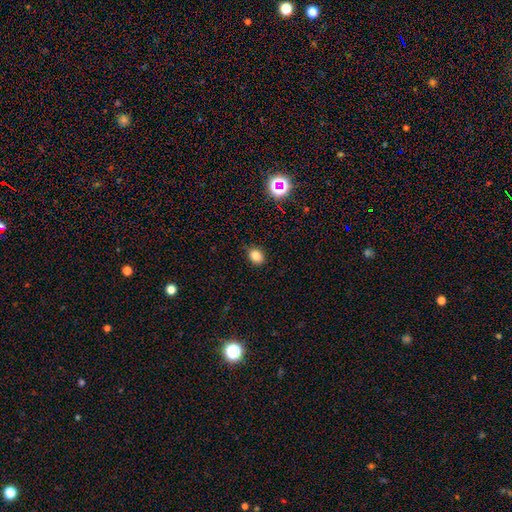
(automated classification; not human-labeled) smooth-or-featured: smooth: 82% | star or artifact: 13% | featured or disk: 5%
  how-rounded: in between: 56% | round: 43% | cigar-shaped: 1%
  merging: none: 84% | minor disturbance: 12% | major disturbance: 3% | merger: 1%